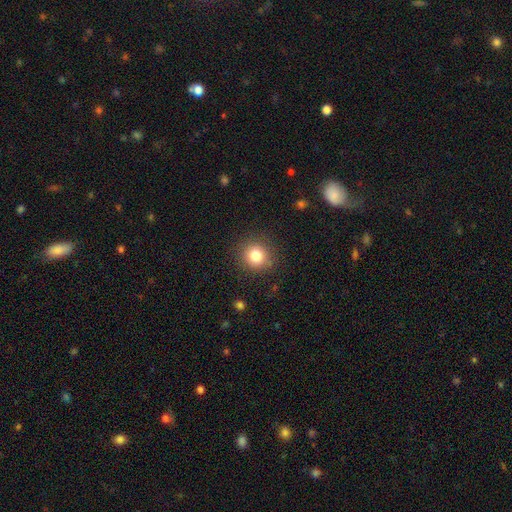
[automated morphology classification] smooth 82%, star or artifact 11%, featured or disk 7%. Down the decision tree: how rounded — round (90%); merging — none (87%).